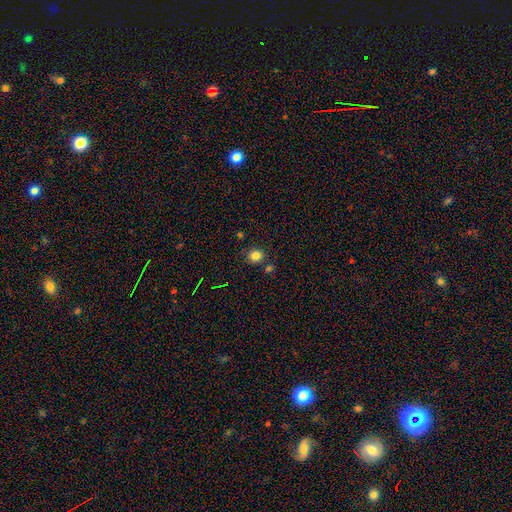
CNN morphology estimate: smooth-or-featured: smooth: 82% | star or artifact: 12% | featured or disk: 5%
  how-rounded: round: 73% | in between: 26% | cigar-shaped: 1%
  merging: none: 79% | minor disturbance: 11% | merger: 8% | major disturbance: 3%